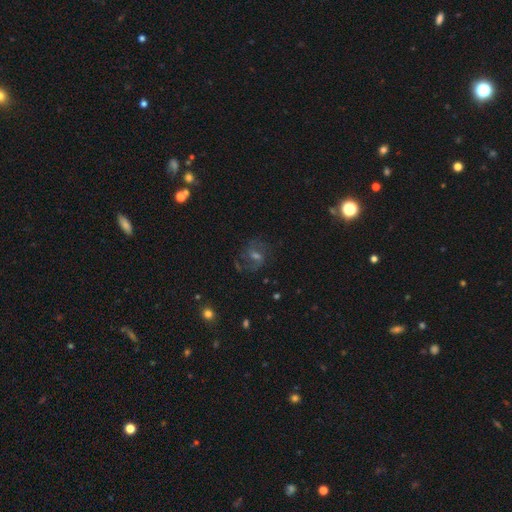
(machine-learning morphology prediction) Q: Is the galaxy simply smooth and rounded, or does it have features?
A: featured or disk — 60%.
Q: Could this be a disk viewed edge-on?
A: no — 96%.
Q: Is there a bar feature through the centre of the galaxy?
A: weak — 52%.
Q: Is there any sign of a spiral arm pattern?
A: yes — 85%.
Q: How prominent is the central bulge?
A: moderate — 45%.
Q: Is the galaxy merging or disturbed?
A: none — 70%.